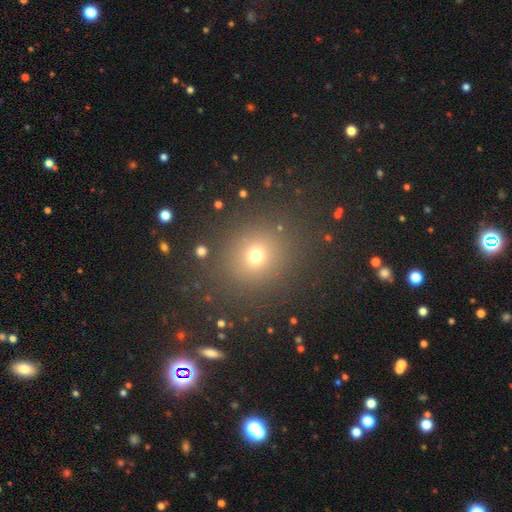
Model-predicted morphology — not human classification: Overall: smooth (69%). How rounded: round (81%). Merging: none (85%).